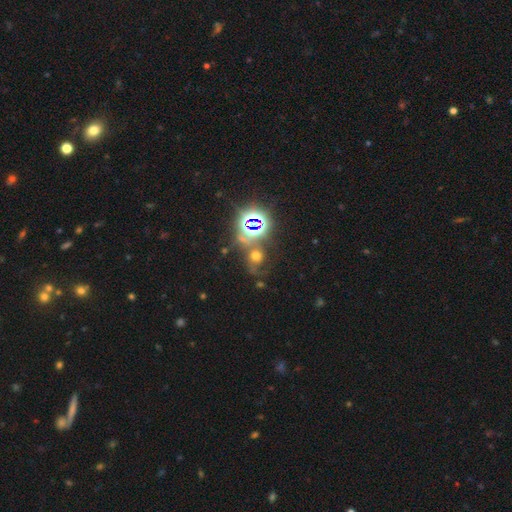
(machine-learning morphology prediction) A star or artifact, not a galaxy (46%).